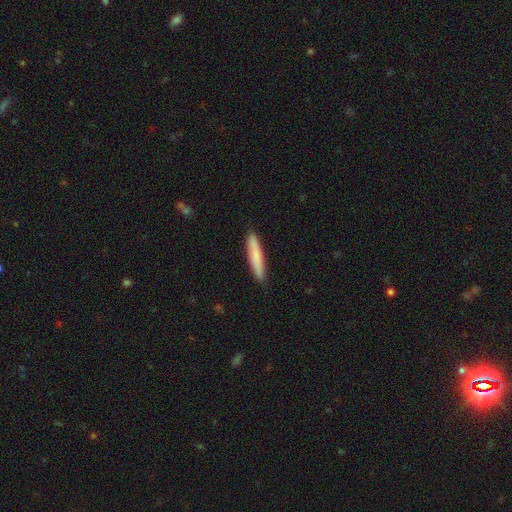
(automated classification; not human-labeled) smooth-or-featured: smooth: 79% | featured or disk: 15% | star or artifact: 6%
  how-rounded: cigar-shaped: 91% | in between: 8% | round: 1%
  merging: none: 89% | minor disturbance: 8% | major disturbance: 1% | merger: 1%